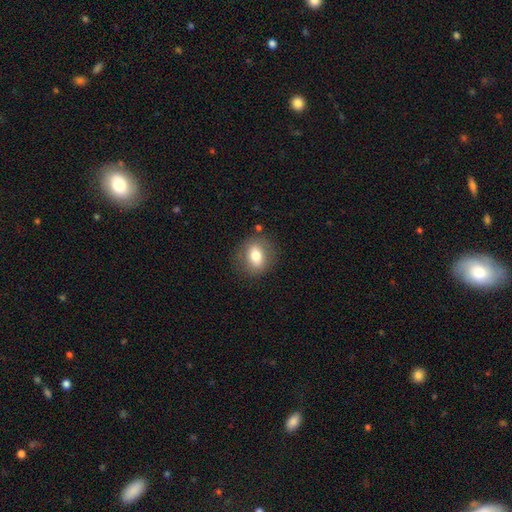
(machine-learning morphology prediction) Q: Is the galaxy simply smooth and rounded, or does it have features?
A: smooth — 73%.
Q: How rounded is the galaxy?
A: in between — 54%.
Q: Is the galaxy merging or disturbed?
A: none — 83%.